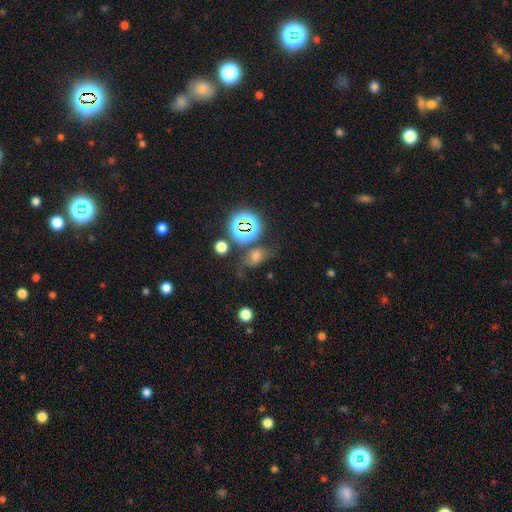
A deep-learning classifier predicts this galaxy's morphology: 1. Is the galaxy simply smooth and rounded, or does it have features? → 47% smooth, 35% star or artifact, 19% featured or disk.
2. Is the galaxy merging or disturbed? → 55% none, 22% minor disturbance, 14% major disturbance, 8% merger.